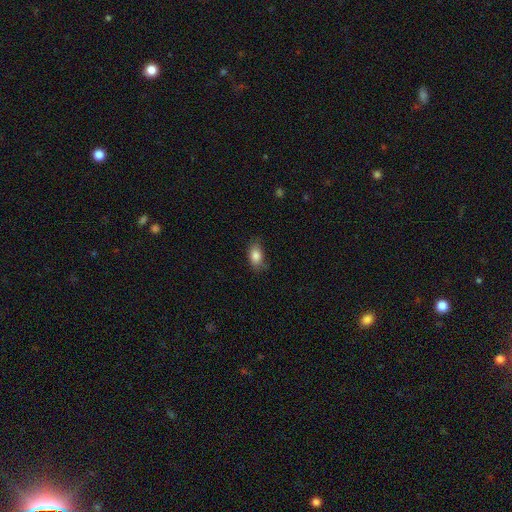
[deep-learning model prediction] A smooth galaxy with no disk features (84%) that is in between round and cigar-shaped (89%).

Vote fractions:
- Smooth or featured? smooth: 84% / star or artifact: 8% / featured or disk: 8%
- How rounded? in between: 89% / round: 8% / cigar-shaped: 3%
- Merging? none: 75% / minor disturbance: 20% / major disturbance: 4% / merger: 1%